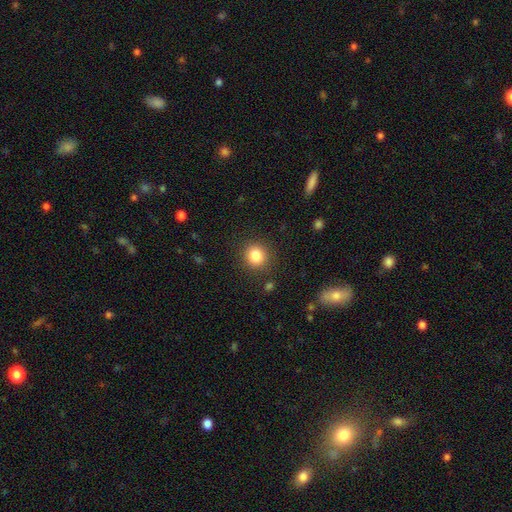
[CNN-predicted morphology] Smooth or featured? Predicted: smooth (p=0.84). How rounded? Predicted: round (p=0.87). Merging? Predicted: none (p=0.89).